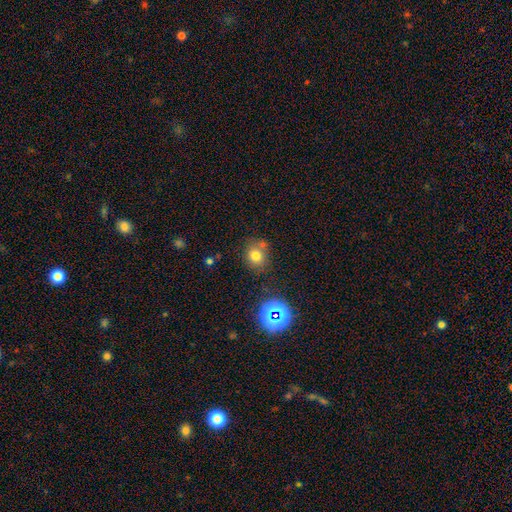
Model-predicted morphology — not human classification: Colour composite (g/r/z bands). It shows a smooth galaxy with no disk features (72%) that is round (78%). Merging: none (70%).